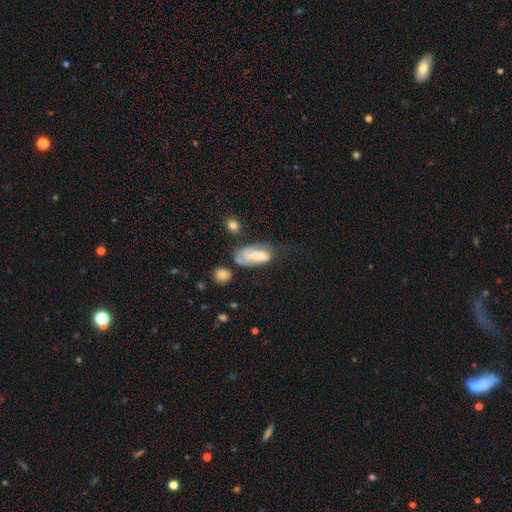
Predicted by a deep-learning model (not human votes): Smooth or featured? smooth (55%)
How rounded? in between (88%)
Merging? none (36%)